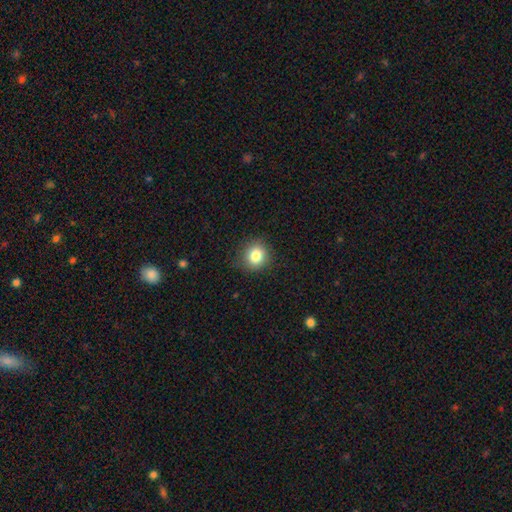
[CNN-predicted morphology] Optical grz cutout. It shows a smooth galaxy with no disk features (82%) that is round (83%). Merging: none (85%).